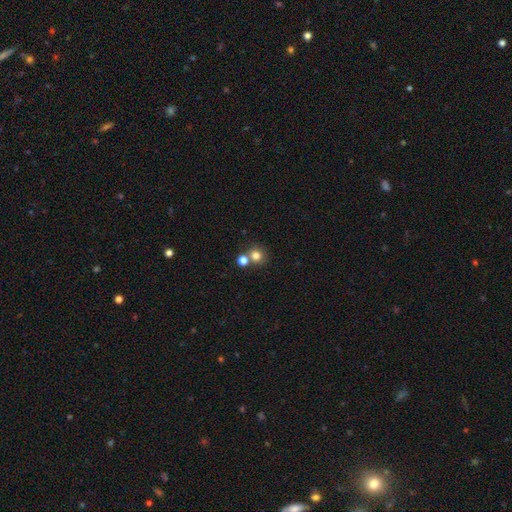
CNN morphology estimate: smooth 79%, star or artifact 14%, featured or disk 8%. Down the decision tree: how rounded — round (87%); merging — none (62%).